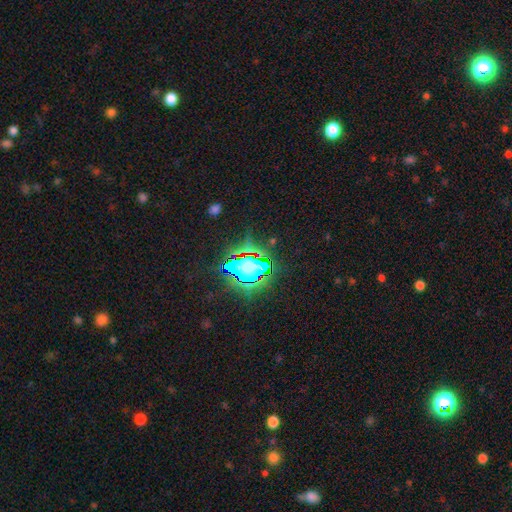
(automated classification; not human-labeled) Q: Smooth or featured?
A: star or artifact (83%); runner-up: smooth (10%)